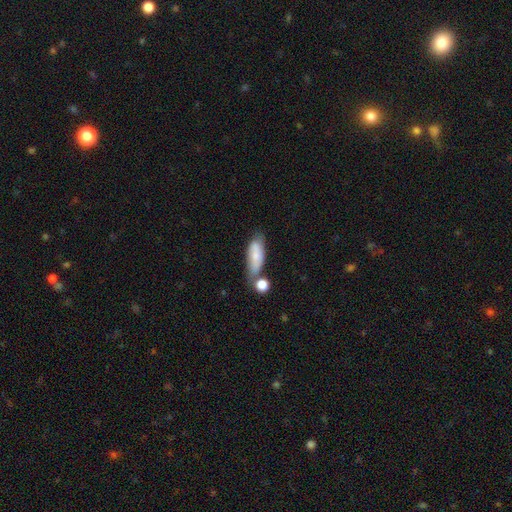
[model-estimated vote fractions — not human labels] This is likely a smooth galaxy (69%). How rounded: likely in between (70%). Merging: possibly none (51%).